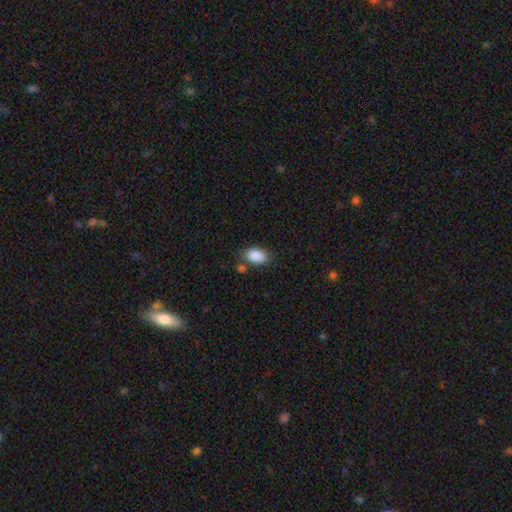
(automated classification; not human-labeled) smooth 88%, star or artifact 8%, featured or disk 4%. Down the decision tree: how rounded — in between (88%); merging — none (71%).